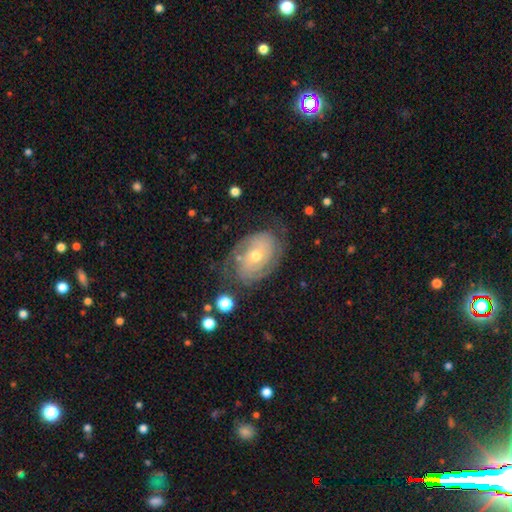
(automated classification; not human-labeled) smooth_or_featured: featured or disk (p=0.81) [alt: smooth p=0.12]
disk_edge_on: no (p=0.96) [alt: yes p=0.04]
bar: no (p=0.74) [alt: weak p=0.21]
has_spiral_arms: yes (p=0.91) [alt: no p=0.09]
spiral_winding: tight (p=0.70) [alt: medium p=0.23]
spiral_arm_count: 2 (p=0.45) [alt: can't tell p=0.32]
bulge_size: moderate (p=0.56) [alt: small p=0.41]
merging: none (p=0.68) [alt: minor disturbance p=0.20]